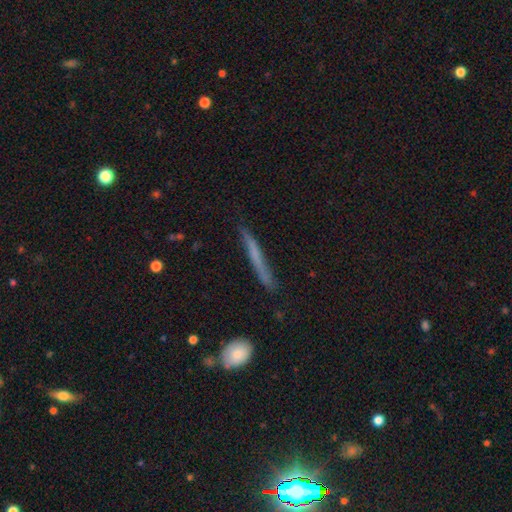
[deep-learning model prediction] This is possibly a smooth galaxy (50%). Merging: likely none (79%).